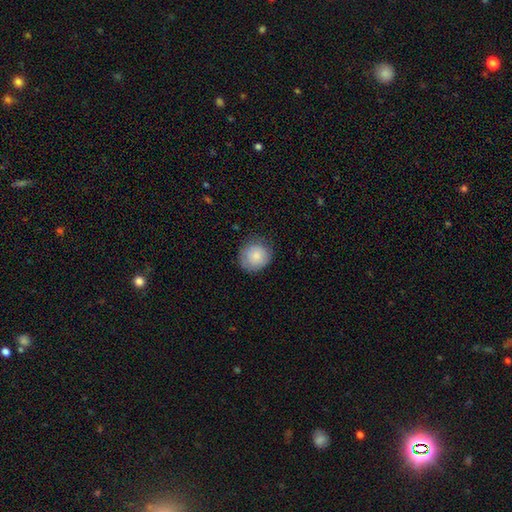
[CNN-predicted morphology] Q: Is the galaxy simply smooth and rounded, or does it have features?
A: smooth — 84%.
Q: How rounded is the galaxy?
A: round — 86%.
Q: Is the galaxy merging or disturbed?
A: none — 77%.